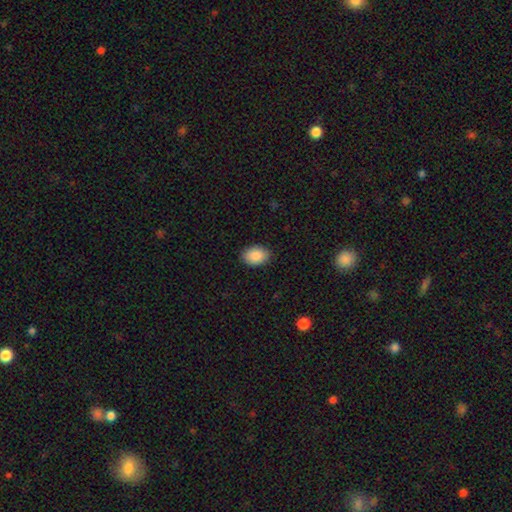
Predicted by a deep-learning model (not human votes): Morphology: type=smooth (89%); roundness=in between (82%); merging=none (87%).